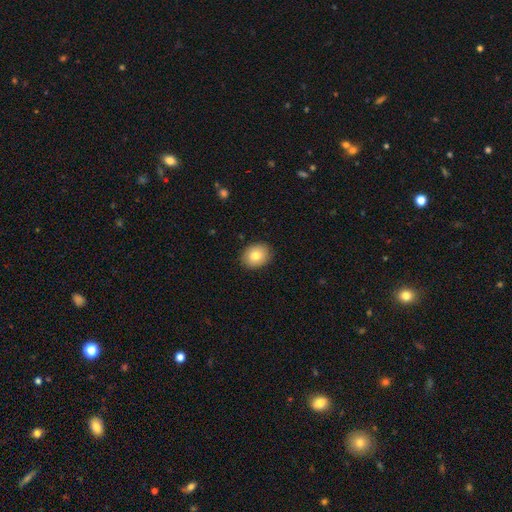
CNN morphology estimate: The model was most divided on "how rounded": round: 54%, in between: 45%, cigar-shaped: 1%. More confident: merging — none (88%); smooth or featured — smooth (80%).